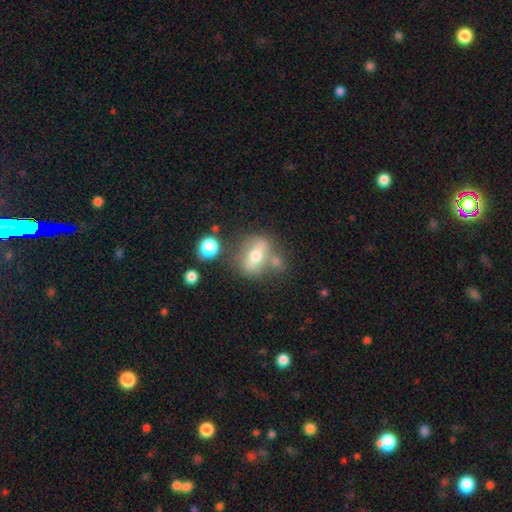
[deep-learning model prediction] Morphology: type=featured or disk (48%); merging=none (61%).